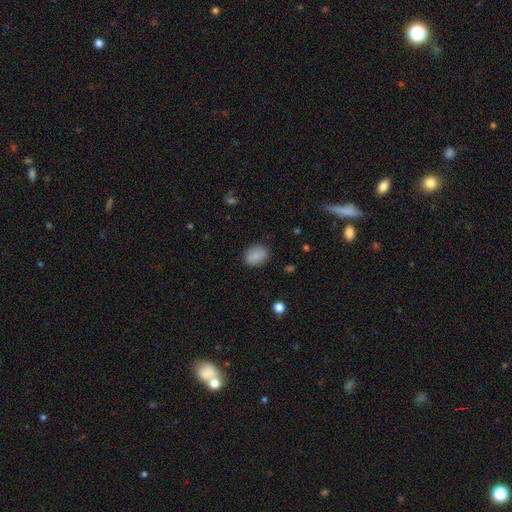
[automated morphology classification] type=smooth (86%); roundness=in between (61%); merging=none (83%).